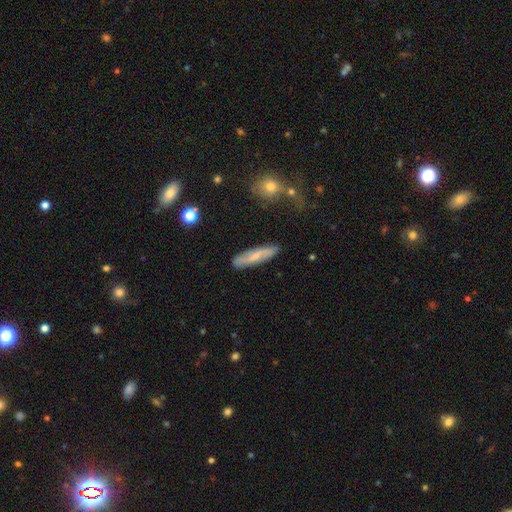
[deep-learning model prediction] This appears to be a featured or disk galaxy (49%). Merging: none (83%).